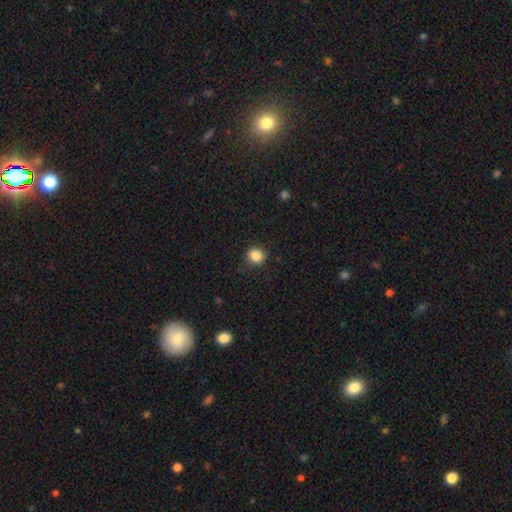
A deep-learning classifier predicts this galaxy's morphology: This appears to be a smooth galaxy with no disk features (86%) that is round (86%). Merging: none (83%).